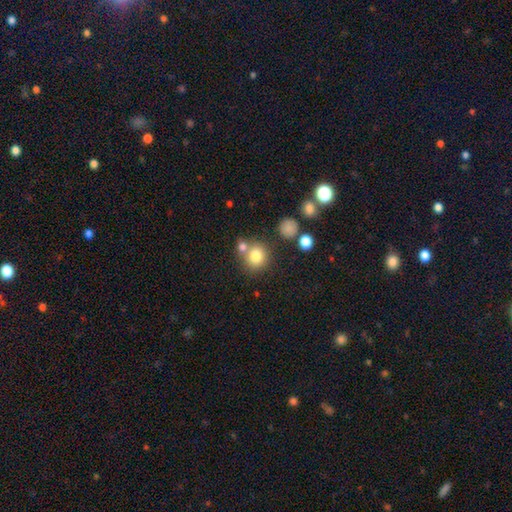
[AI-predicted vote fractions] smooth_or_featured: smooth (p=0.79) [alt: star or artifact p=0.12]
how_rounded: round (p=0.85) [alt: in between p=0.14]
merging: none (p=0.63) [alt: merger p=0.23]